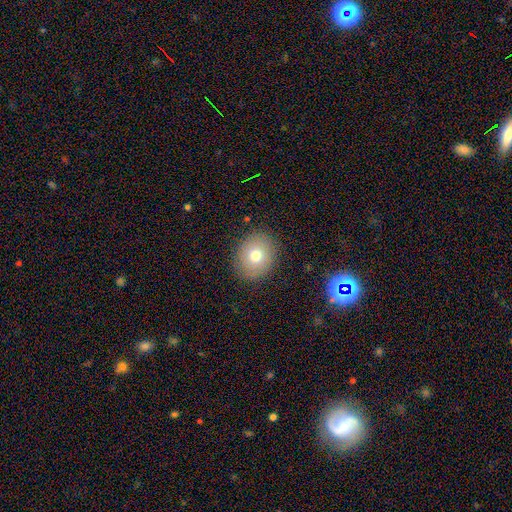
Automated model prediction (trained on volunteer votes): Smooth or featured? Predicted: smooth (p=0.74). How rounded? Predicted: round (p=0.69). Merging? Predicted: none (p=0.88).